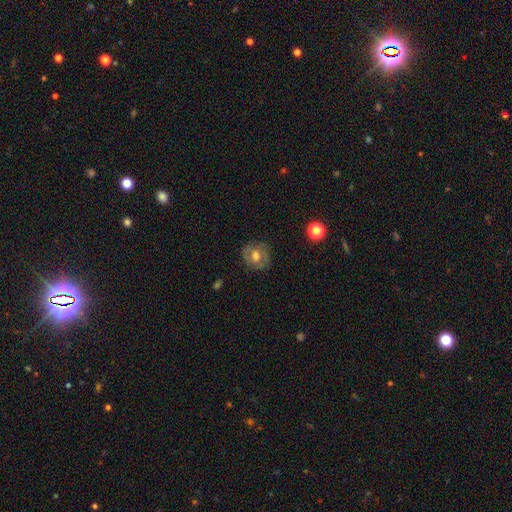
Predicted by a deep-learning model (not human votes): Smooth or featured: featured or disk — 46% (smooth — 45%)
Merging: none — 79% (minor disturbance — 15%)